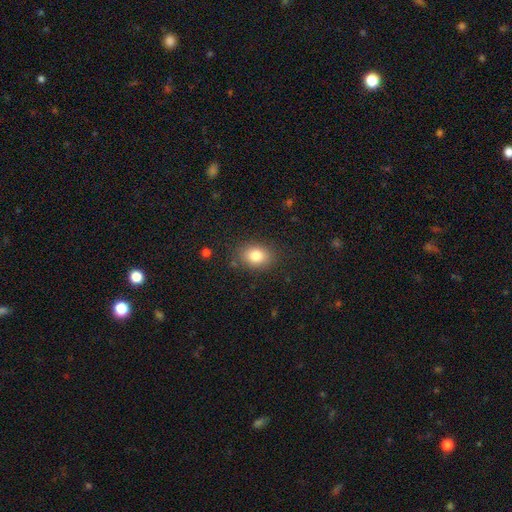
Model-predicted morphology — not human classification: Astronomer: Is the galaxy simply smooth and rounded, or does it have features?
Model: smooth — 82%.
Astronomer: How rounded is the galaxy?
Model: in between — 64%.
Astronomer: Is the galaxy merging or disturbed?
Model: none — 84%.